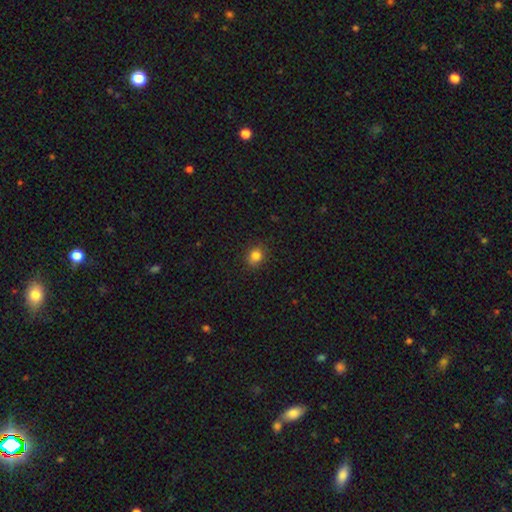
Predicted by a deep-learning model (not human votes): Q: Smooth or featured?
A: smooth (83%); runner-up: star or artifact (12%)
Q: How rounded?
A: round (64%); runner-up: in between (35%)
Q: Merging?
A: none (87%); runner-up: minor disturbance (10%)